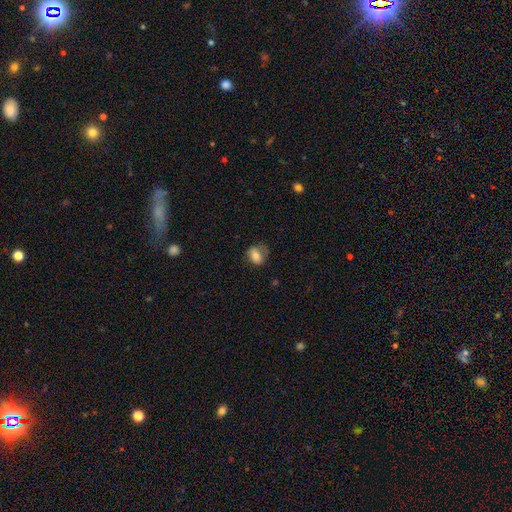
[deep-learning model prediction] Q: Smooth or featured?
A: smooth (74%); runner-up: featured or disk (16%)
Q: How rounded?
A: in between (62%); runner-up: round (36%)
Q: Merging?
A: none (57%); runner-up: minor disturbance (28%)